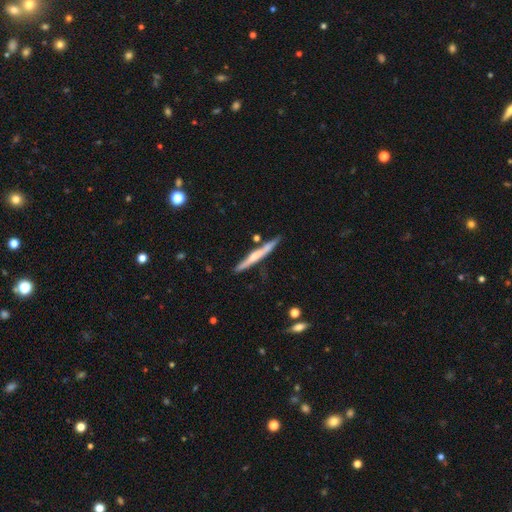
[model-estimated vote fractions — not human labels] A featured or disk galaxy (58%) viewed edge-on (97%) with a rounded central bulge (61%).

Vote fractions:
- Smooth or featured? featured or disk: 58% / smooth: 36% / star or artifact: 6%
- Edge-on disk? yes: 97% / no: 3%
- Edge-on bulge? rounded: 61% / none: 29% / boxy: 10%
- Merging? none: 80% / minor disturbance: 12% / merger: 6% / major disturbance: 2%